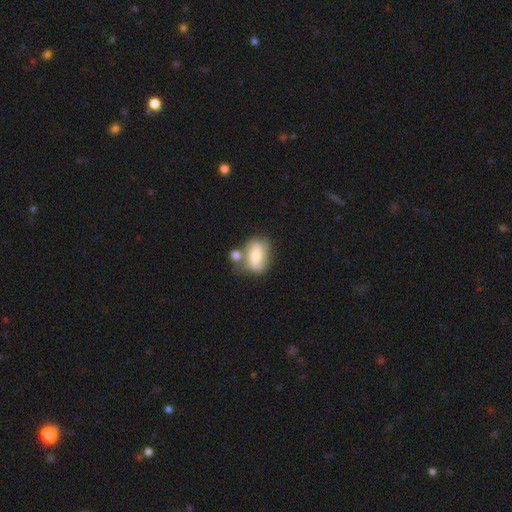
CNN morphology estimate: Q: Smooth or featured?
A: smooth (60%); runner-up: featured or disk (32%)
Q: How rounded?
A: in between (78%); runner-up: round (19%)
Q: Merging?
A: none (41%); runner-up: merger (32%)